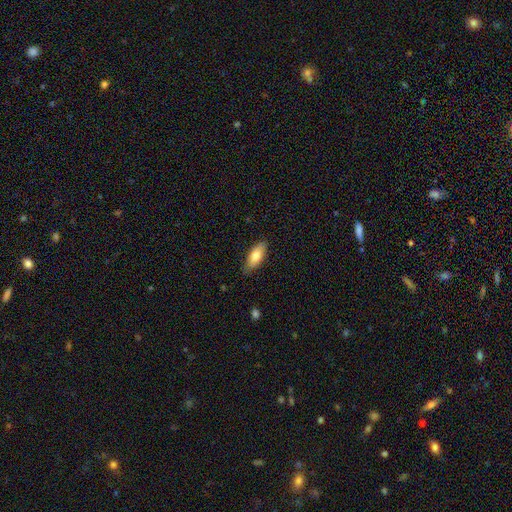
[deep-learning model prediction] Overall: smooth (79%). How rounded: in between (78%). Merging: none (81%).